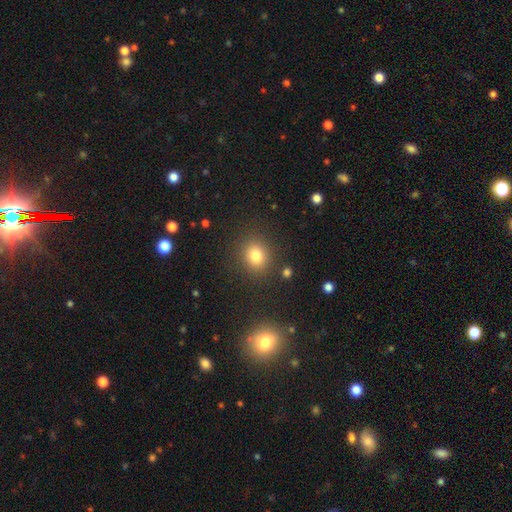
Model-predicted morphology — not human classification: Smooth or featured? Predicted: smooth (p=0.79). How rounded? Predicted: round (p=0.79). Merging? Predicted: none (p=0.86).